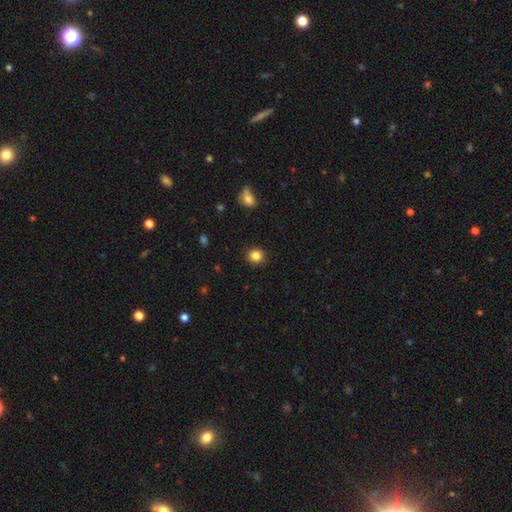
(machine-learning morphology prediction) type=smooth (85%); roundness=round (88%); merging=none (91%).